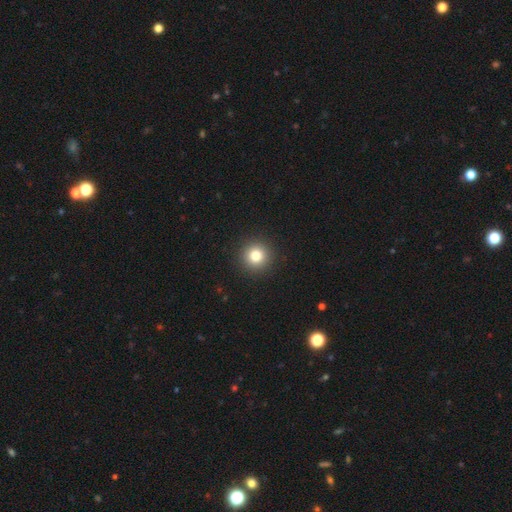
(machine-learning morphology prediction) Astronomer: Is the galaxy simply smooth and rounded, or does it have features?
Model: smooth — 81%.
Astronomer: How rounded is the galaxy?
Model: round — 95%.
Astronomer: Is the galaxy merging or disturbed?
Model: none — 93%.